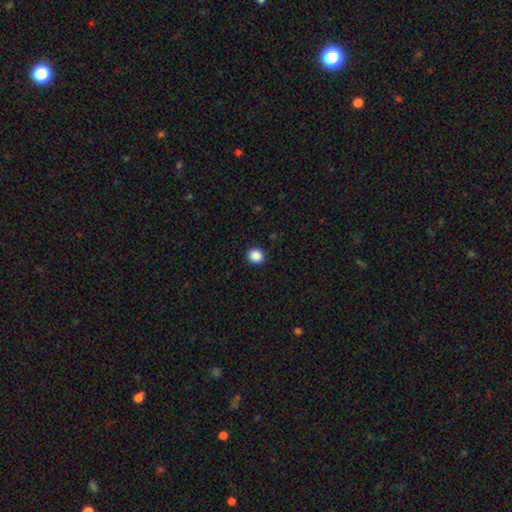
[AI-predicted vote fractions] A smooth galaxy with no disk features (89%) that is round (83%).

Vote fractions:
- Smooth or featured? smooth: 89% / star or artifact: 9% / featured or disk: 2%
- How rounded? round: 83% / in between: 16% / cigar-shaped: 1%
- Merging? none: 92% / minor disturbance: 5% / major disturbance: 2% / merger: 1%